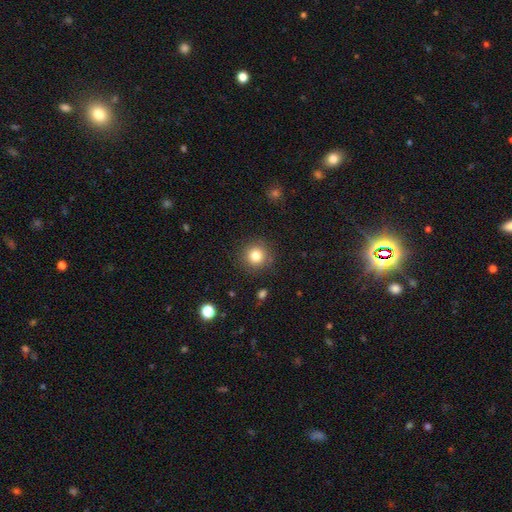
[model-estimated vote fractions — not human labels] Smooth or featured?
  - smooth: 81% *
  - star or artifact: 12%
  - featured or disk: 7%
How rounded?
  - round: 93% *
  - in between: 6%
  - cigar-shaped: 1%
Merging?
  - none: 88% *
  - minor disturbance: 8%
  - major disturbance: 3%
  - merger: 2%